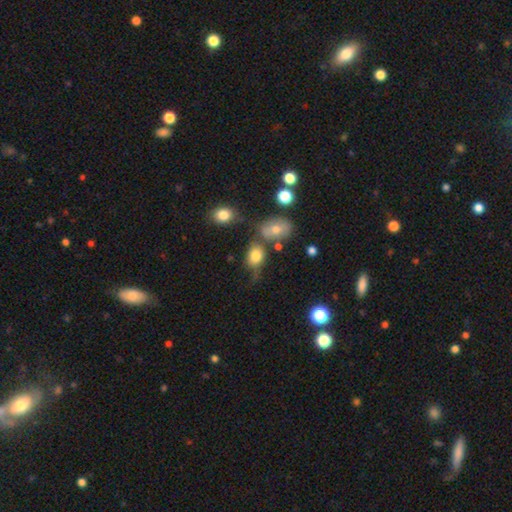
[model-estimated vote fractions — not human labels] The model was most divided on "merging": none: 50%, minor disturbance: 23%, merger: 17%, major disturbance: 11%. More confident: smooth or featured — smooth (80%); how rounded — in between (69%).